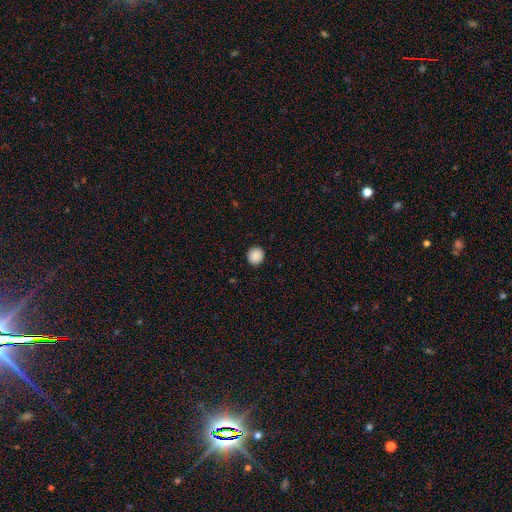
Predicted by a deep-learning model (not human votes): A smooth galaxy with no disk features (89%) that is round (88%). Merging: none (92%).